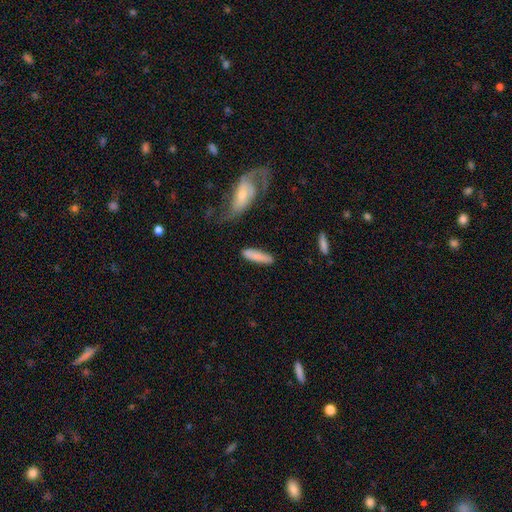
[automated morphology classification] This is clearly a smooth galaxy (82%). How rounded: likely cigar-shaped (73%). Merging: likely none (78%).